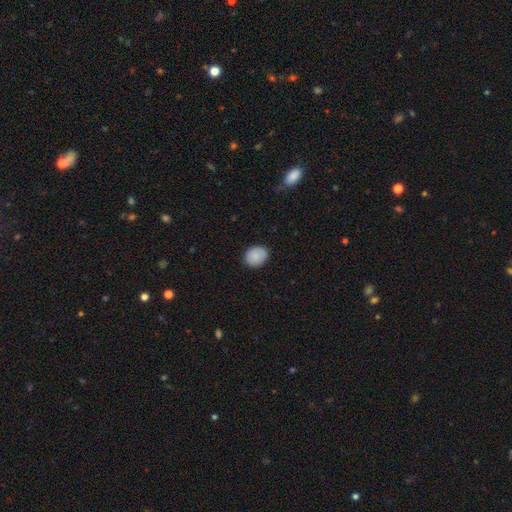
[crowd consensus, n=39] smooth_or_featured: smooth (p=0.95) [alt: featured or disk p=0.05]
how_rounded: round (p=0.78) [alt: in between p=0.22]
merging: none (p=0.92) [alt: minor disturbance p=0.08]